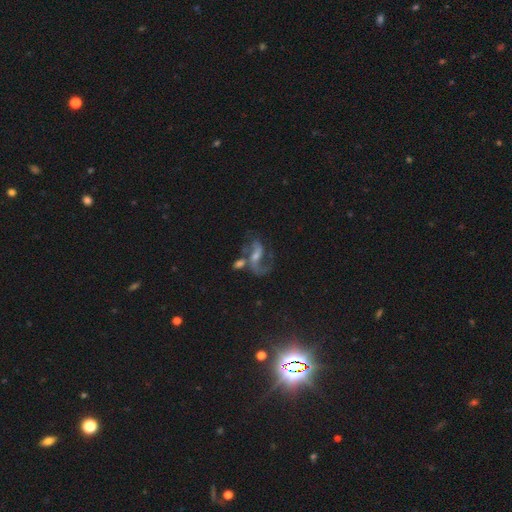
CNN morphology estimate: smooth-or-featured: featured or disk: 80% | star or artifact: 10% | smooth: 10%
  disk-edge-on: no: 97% | yes: 3%
    bar: weak: 45% | no: 35% | strong: 21%
    has-spiral-arms: yes: 92% | no: 8%
      spiral-winding: loose: 58% | medium: 34% | tight: 8%
      spiral-arm-count: 2: 79% | 1: 13% | can't tell: 4% | 3: 2% | 4: 1% | more than 4: 1%
    bulge-size: small: 46% | moderate: 39% | none: 9% | large: 4% | dominant: 2%
  merging: none: 37% | merger: 27% | major disturbance: 21% | minor disturbance: 15%